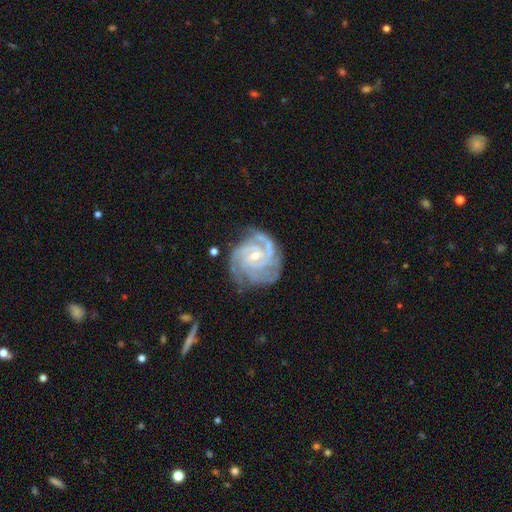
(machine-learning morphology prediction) featured or disk 91%, star or artifact 5%, smooth 4%. Down the decision tree: edge-on disk — no (98%); bar — no (53%); spiral arms — yes (98%); spiral arm count — 3 (40%); spiral winding — tight (71%); bulge size — small (68%); merging — none (70%).